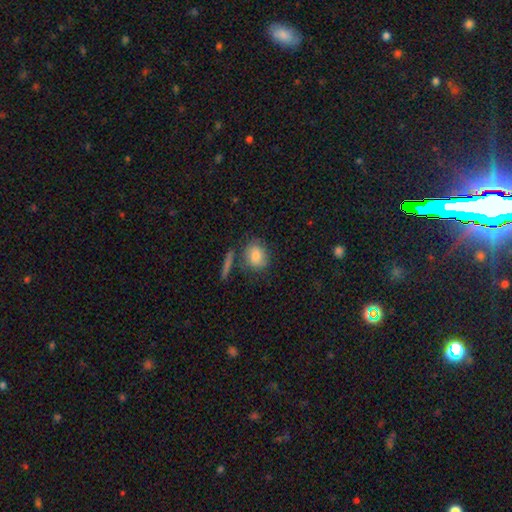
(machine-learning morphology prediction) smooth 78%, featured or disk 14%, star or artifact 8%. Down the decision tree: how rounded — round (53%); merging — none (68%).